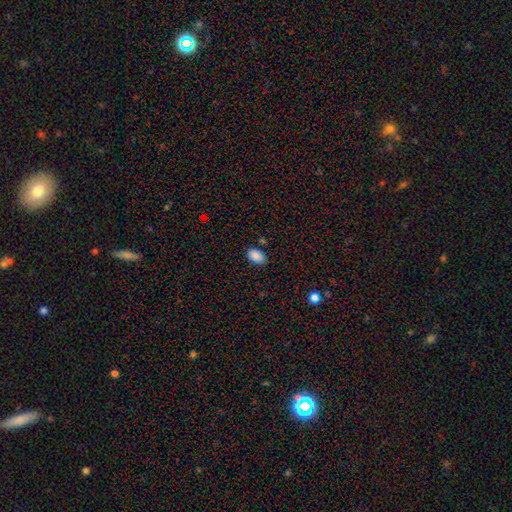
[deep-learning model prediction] smooth-or-featured: smooth: 88% | star or artifact: 8% | featured or disk: 4%
  how-rounded: in between: 92% | round: 7% | cigar-shaped: 1%
  merging: none: 82% | minor disturbance: 13% | major disturbance: 3% | merger: 2%